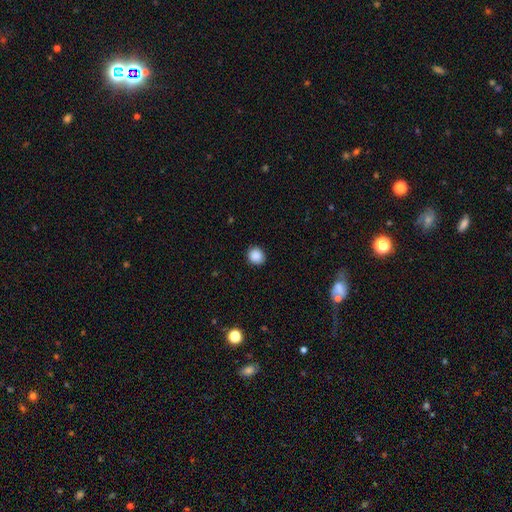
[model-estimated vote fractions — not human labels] Smooth or featured? Predicted: smooth (p=0.89). How rounded? Predicted: round (p=0.87). Merging? Predicted: none (p=0.90).